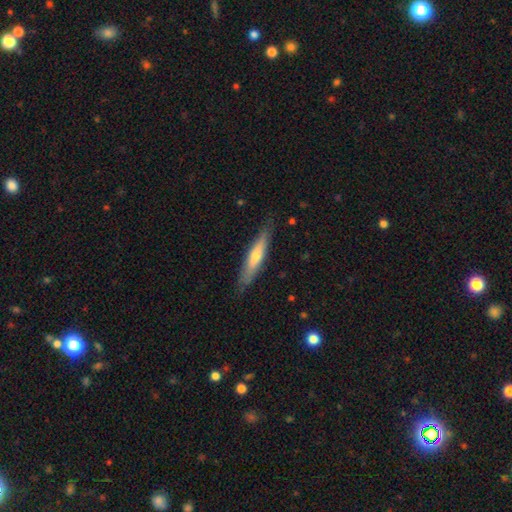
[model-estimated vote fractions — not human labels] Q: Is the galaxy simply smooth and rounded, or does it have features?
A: smooth — 49%.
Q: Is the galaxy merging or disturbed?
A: none — 85%.